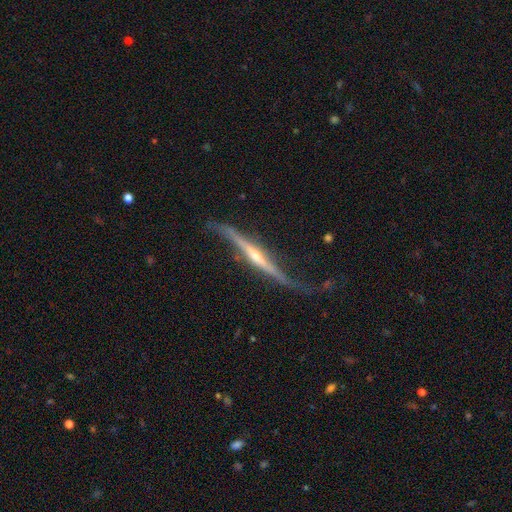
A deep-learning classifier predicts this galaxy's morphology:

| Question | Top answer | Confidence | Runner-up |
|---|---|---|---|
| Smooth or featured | featured or disk | 85% | smooth (10%) |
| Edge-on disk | yes | 87% | no (13%) |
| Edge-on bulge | rounded | 79% | none (16%) |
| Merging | none | 50% | minor disturbance (29%) |